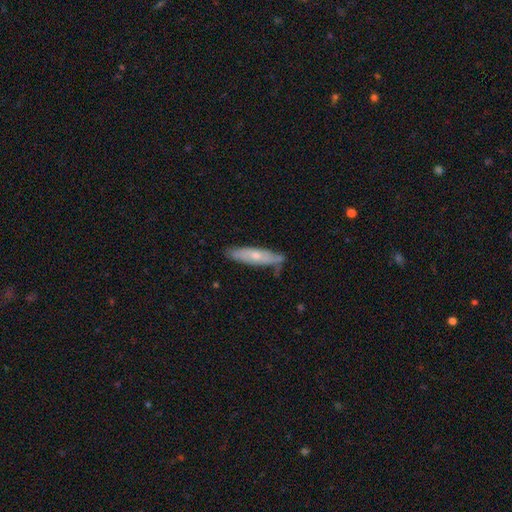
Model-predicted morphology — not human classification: type=smooth (54%); roundness=cigar-shaped (76%); merging=none (71%).